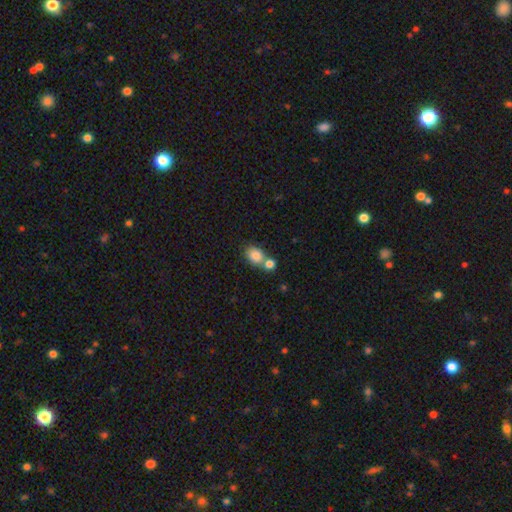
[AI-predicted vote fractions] The model was most divided on "merging": none: 45%, merger: 43%, minor disturbance: 9%, major disturbance: 3%. More confident: smooth or featured — smooth (83%); how rounded — in between (60%).